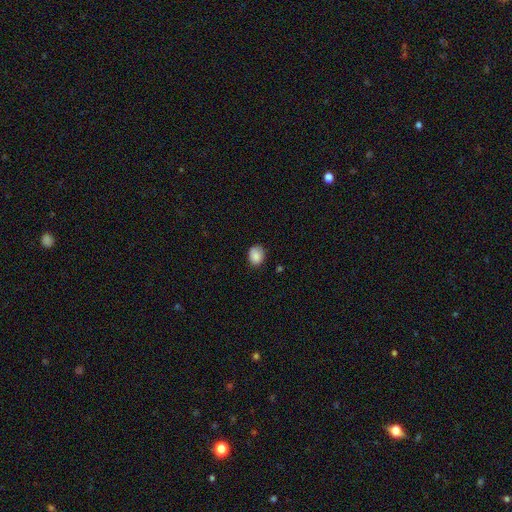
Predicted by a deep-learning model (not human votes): Overall: smooth (87%). How rounded: round (52%; in between 47%). Merging: none (79%).